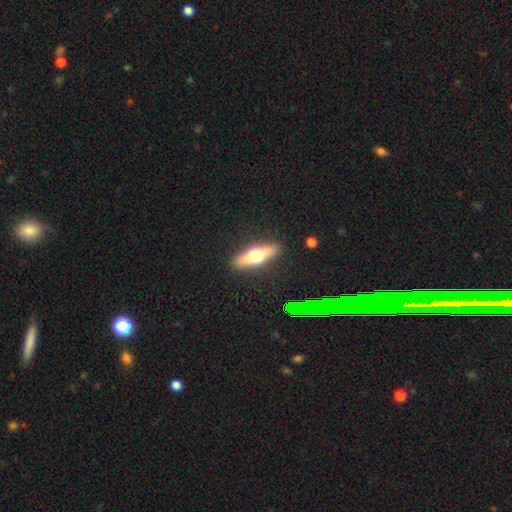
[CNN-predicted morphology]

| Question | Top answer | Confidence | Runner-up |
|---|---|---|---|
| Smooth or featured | smooth | 48% | featured or disk (44%) |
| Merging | none | 89% | minor disturbance (8%) |